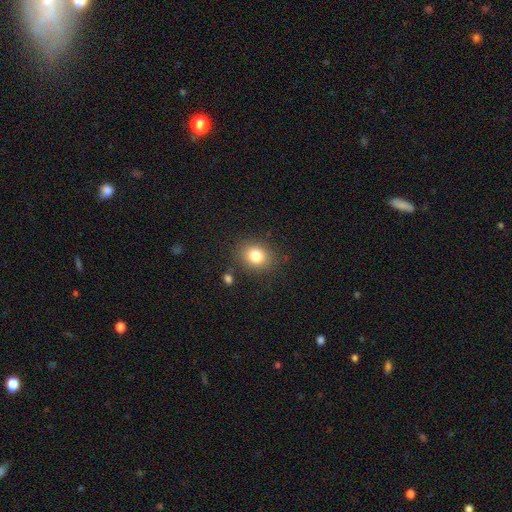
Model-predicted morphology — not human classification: Smooth or featured?
  - smooth: 81% *
  - star or artifact: 11%
  - featured or disk: 8%
How rounded?
  - round: 59% *
  - in between: 40%
  - cigar-shaped: 1%
Merging?
  - none: 83% *
  - minor disturbance: 11%
  - major disturbance: 4%
  - merger: 3%